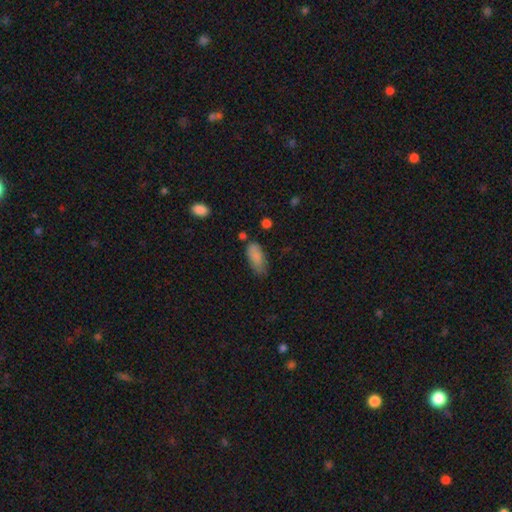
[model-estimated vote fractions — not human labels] smooth-or-featured: smooth: 85% | star or artifact: 8% | featured or disk: 7%
  how-rounded: in between: 87% | cigar-shaped: 11% | round: 2%
  merging: none: 59% | minor disturbance: 29% | major disturbance: 7% | merger: 4%